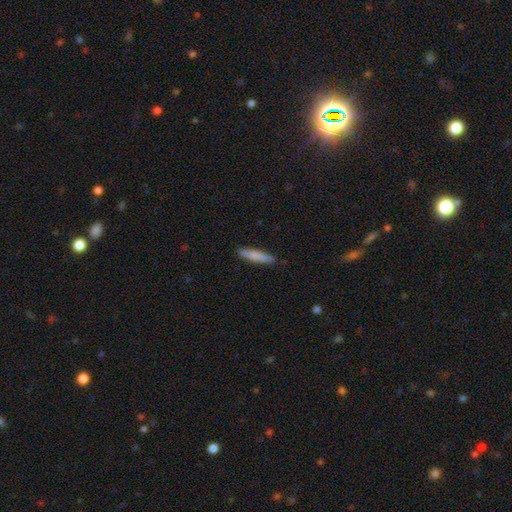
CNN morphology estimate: The model was most divided on "smooth or featured": smooth: 78%, featured or disk: 17%, star or artifact: 5%. More confident: how rounded — cigar-shaped (91%); merging — none (90%).